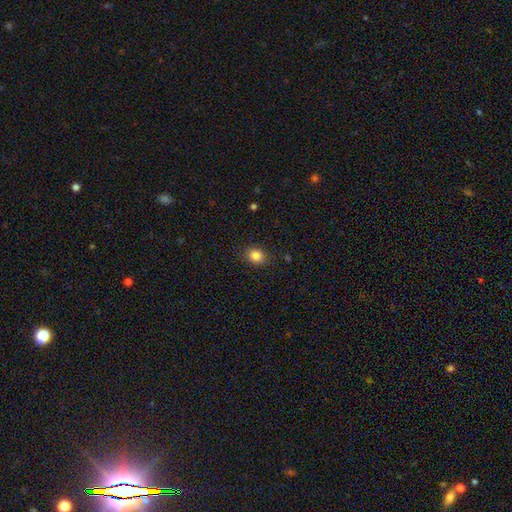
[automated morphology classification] Smooth or featured: smooth — 85% (star or artifact — 11%)
How rounded: round — 57% (in between — 42%)
Merging: none — 84% (minor disturbance — 12%)